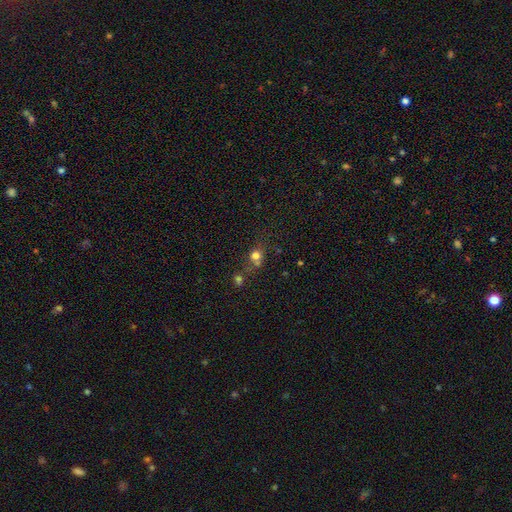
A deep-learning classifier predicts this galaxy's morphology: This is likely a smooth galaxy (69%). How rounded: clearly round (82%). Merging: possibly none (53%).